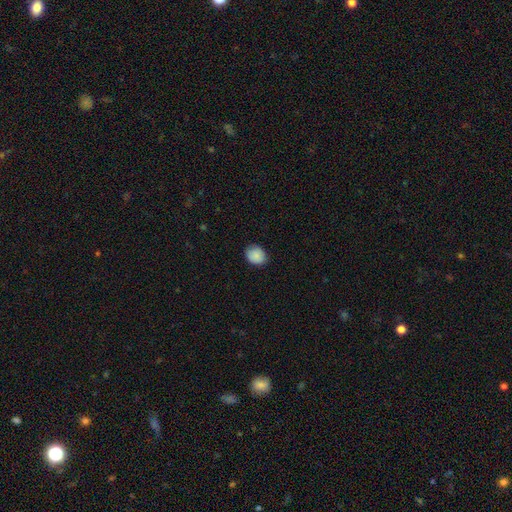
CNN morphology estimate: A smooth galaxy with no disk features (88%) that is round (52%).

Vote fractions:
- Smooth or featured? smooth: 88% / star or artifact: 8% / featured or disk: 4%
- How rounded? round: 52% / in between: 47% / cigar-shaped: 1%
- Merging? none: 81% / minor disturbance: 15% / major disturbance: 3% / merger: 1%